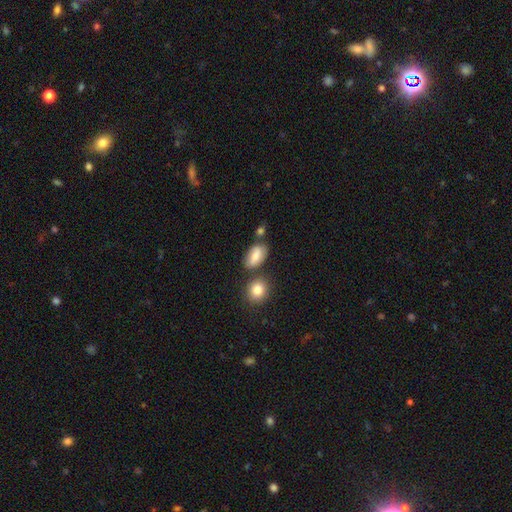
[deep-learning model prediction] Smooth or featured: smooth — 76% (featured or disk — 16%)
How rounded: in between — 88% (round — 8%)
Merging: none — 67% (minor disturbance — 18%)